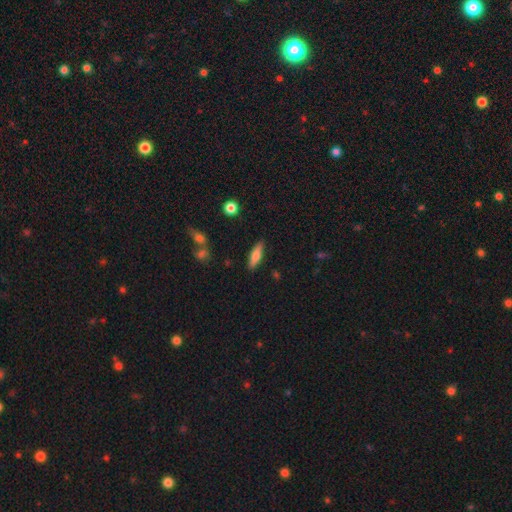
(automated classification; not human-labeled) Overall: smooth (73%). How rounded: cigar-shaped (57%; in between 41%). Merging: none (86%).